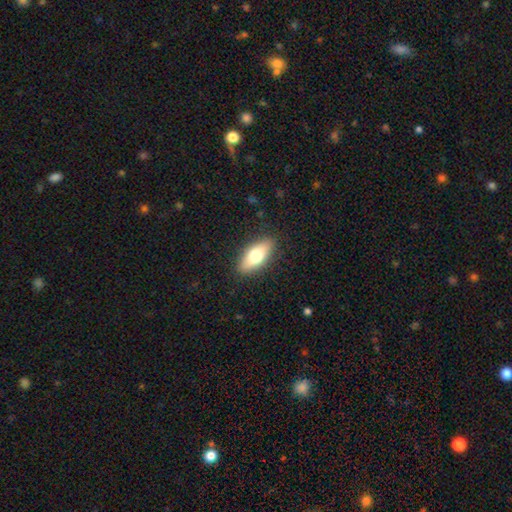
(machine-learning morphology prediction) This appears to be a smooth galaxy with no disk features (69%) that is in between round and cigar-shaped (78%). Merging: none (87%).